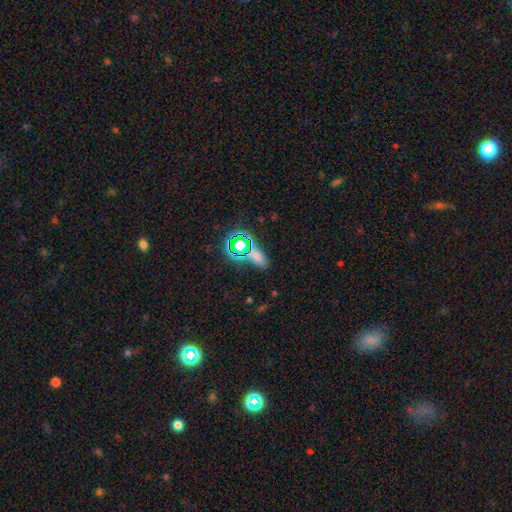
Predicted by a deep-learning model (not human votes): Q: Smooth or featured?
A: smooth (54%); runner-up: star or artifact (37%)
Q: How rounded?
A: in between (70%); runner-up: round (15%)
Q: Merging?
A: none (71%); runner-up: minor disturbance (13%)